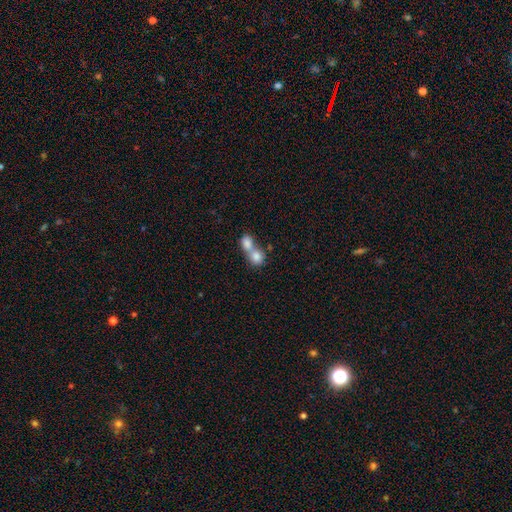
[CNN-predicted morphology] A smooth galaxy with no disk features (78%) that is round (65%). Merging: merger (73%).